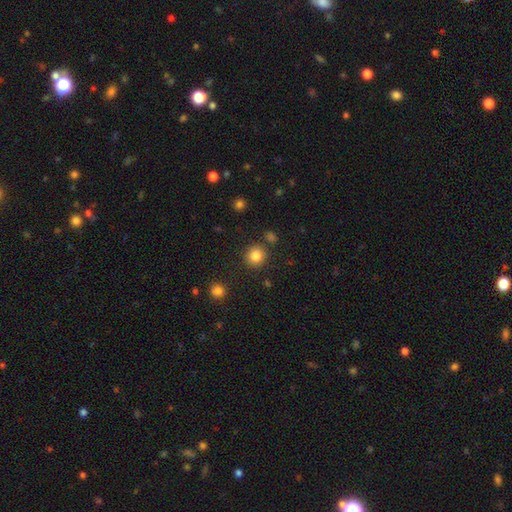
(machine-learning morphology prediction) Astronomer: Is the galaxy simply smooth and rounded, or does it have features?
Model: smooth — 84%.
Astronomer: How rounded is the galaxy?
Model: round — 90%.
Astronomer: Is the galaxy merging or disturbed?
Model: none — 86%.